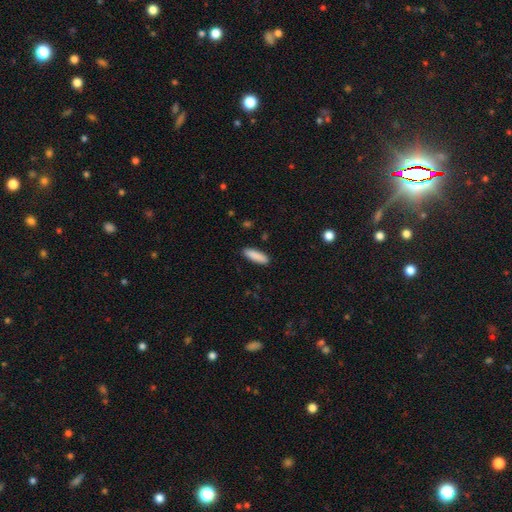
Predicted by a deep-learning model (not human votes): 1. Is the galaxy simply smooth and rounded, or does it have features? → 89% smooth, 6% star or artifact, 5% featured or disk.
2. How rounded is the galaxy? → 60% cigar-shaped, 39% in between, 1% round.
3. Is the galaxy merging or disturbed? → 89% none, 8% minor disturbance, 2% major disturbance, 1% merger.